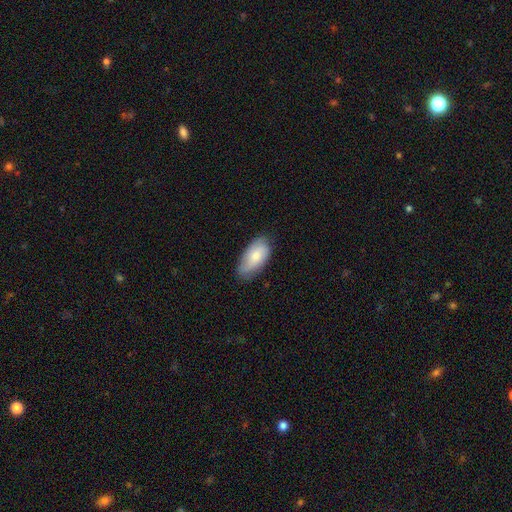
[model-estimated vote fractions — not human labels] smooth_or_featured: smooth (p=0.70) [alt: featured or disk p=0.24]
how_rounded: in between (p=0.92) [alt: cigar-shaped p=0.05]
merging: none (p=0.66) [alt: minor disturbance p=0.28]